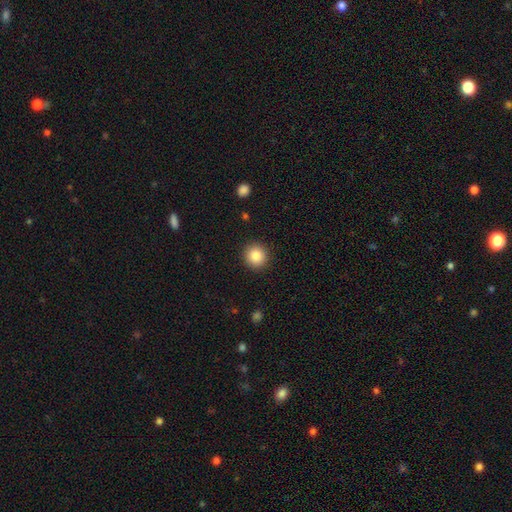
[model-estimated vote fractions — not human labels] This is clearly a smooth galaxy (86%). How rounded: clearly round (93%). Merging: clearly none (91%).